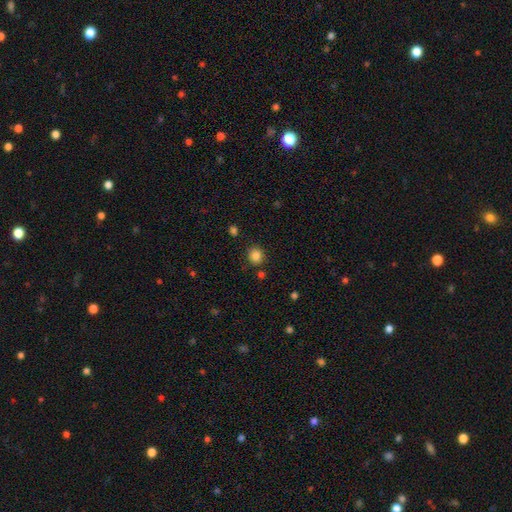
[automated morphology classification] Smooth or featured: smooth — 85% (star or artifact — 11%)
How rounded: round — 82% (in between — 17%)
Merging: none — 85% (minor disturbance — 9%)